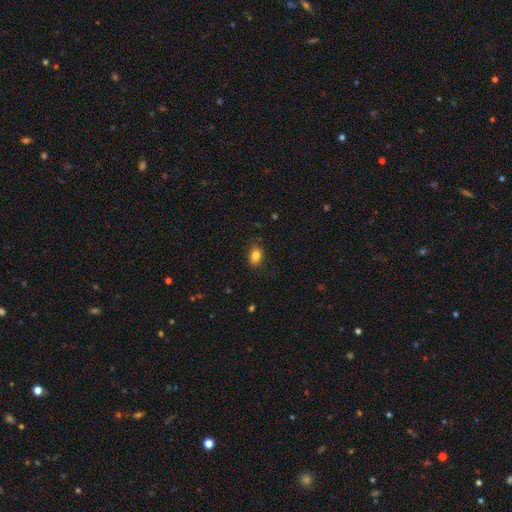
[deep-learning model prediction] smooth_or_featured: smooth (p=0.83) [alt: star or artifact p=0.10]
how_rounded: in between (p=0.65) [alt: round p=0.33]
merging: none (p=0.84) [alt: minor disturbance p=0.13]